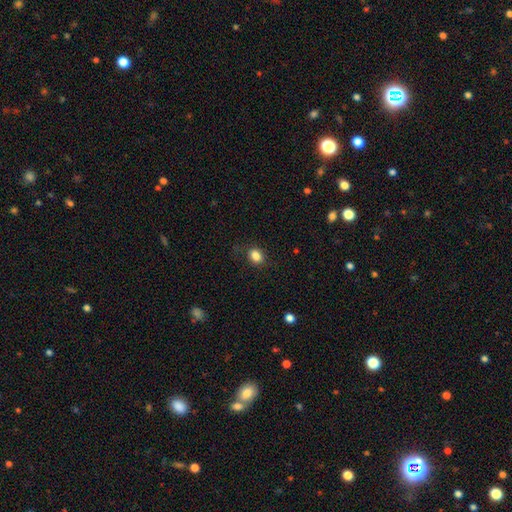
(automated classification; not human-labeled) Smooth or featured? smooth (85%)
How rounded? in between (51%)
Merging? none (79%)